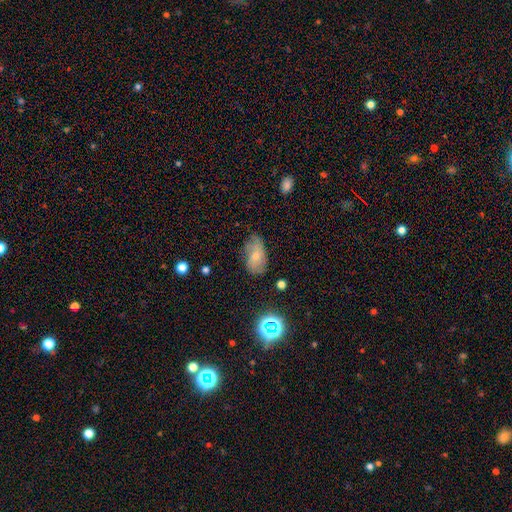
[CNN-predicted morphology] Q: Smooth or featured?
A: smooth (54%); runner-up: featured or disk (34%)
Q: How rounded?
A: in between (91%); runner-up: round (7%)
Q: Merging?
A: none (53%); runner-up: minor disturbance (33%)